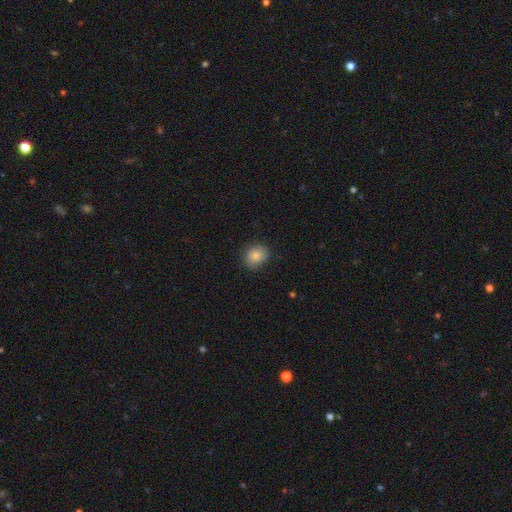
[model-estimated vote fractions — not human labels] A smooth galaxy with no disk features (85%) that is round (68%).

Vote fractions:
- Smooth or featured? smooth: 85% / star or artifact: 9% / featured or disk: 6%
- How rounded? round: 68% / in between: 32% / cigar-shaped: 1%
- Merging? none: 81% / minor disturbance: 14% / major disturbance: 3% / merger: 1%